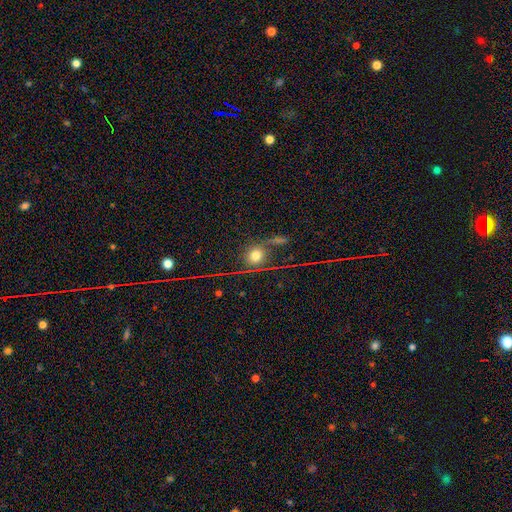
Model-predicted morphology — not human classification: The model was most divided on "smooth or featured": smooth: 65%, star or artifact: 22%, featured or disk: 13%. More confident: how rounded — round (77%); merging — none (70%).